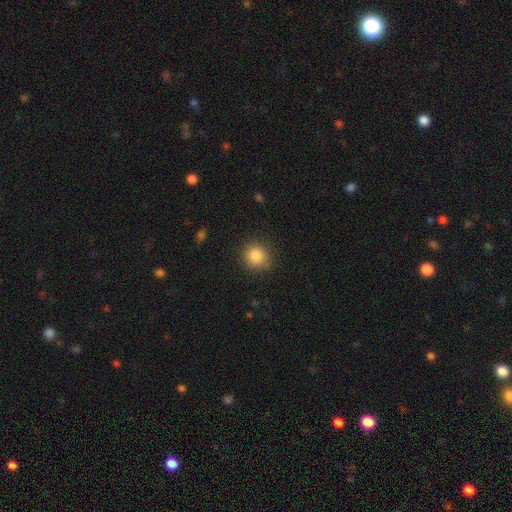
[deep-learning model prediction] Overall: smooth (86%). How rounded: round (85%). Merging: none (84%).